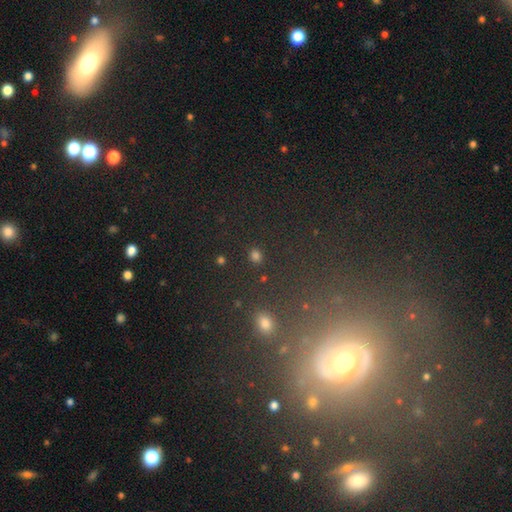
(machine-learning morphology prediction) The model was most divided on "how rounded": round: 74%, in between: 24%, cigar-shaped: 1%. More confident: merging — none (88%); smooth or featured — smooth (77%).